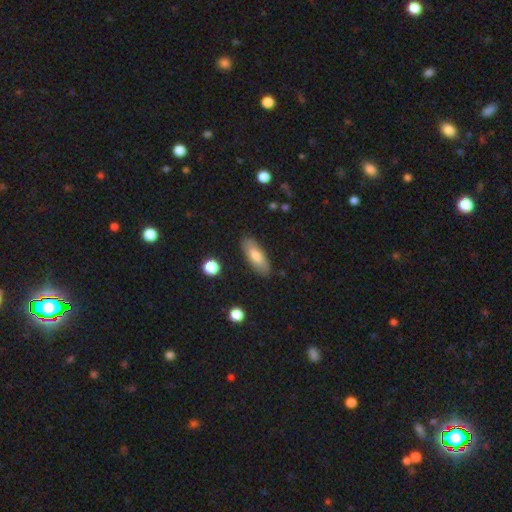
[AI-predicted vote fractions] smooth 73%, featured or disk 21%, star or artifact 6%. Down the decision tree: how rounded — in between (72%); merging — none (85%).